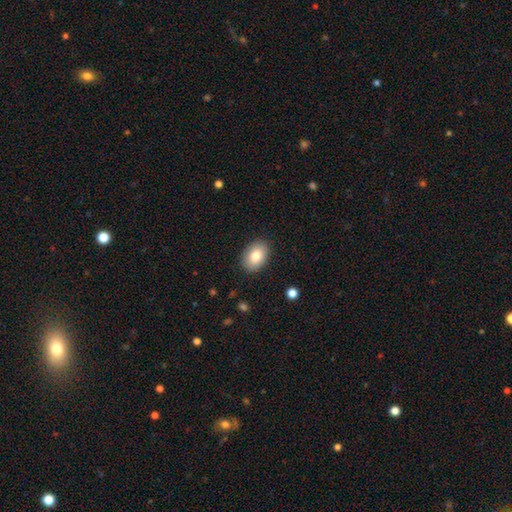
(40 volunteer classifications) Smooth or featured? smooth (82%)
How rounded? in between (85%)
Merging? none (84%)